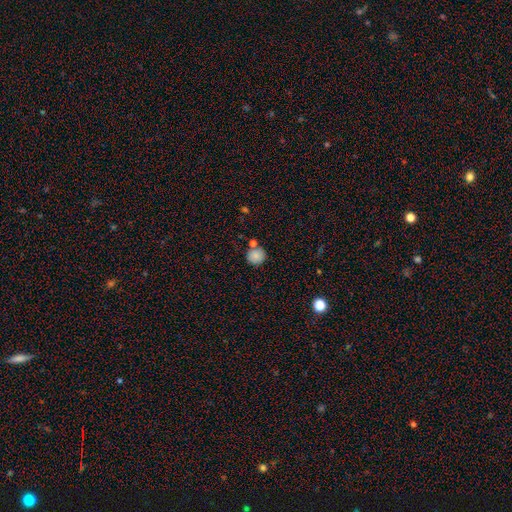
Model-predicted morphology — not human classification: This appears to be a smooth galaxy with no disk features (84%) that is round (91%). Merging: none (72%).